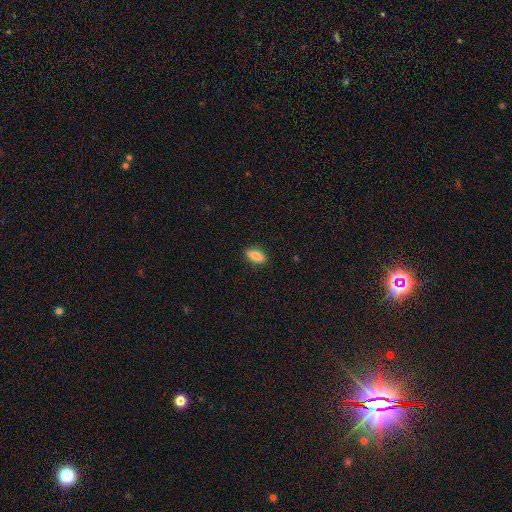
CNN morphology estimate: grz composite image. It shows a smooth galaxy with no disk features (78%) that is in between round and cigar-shaped (77%). Merging: none (88%).